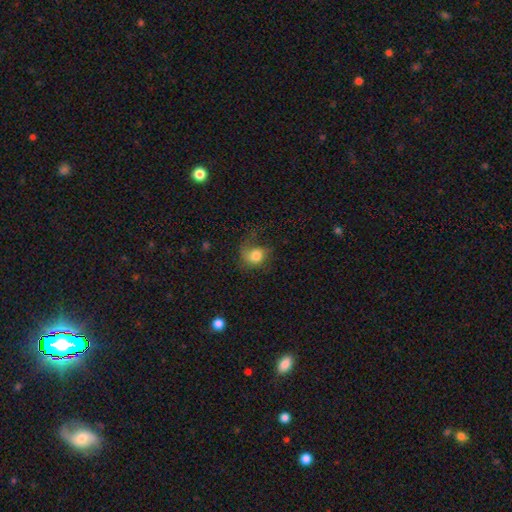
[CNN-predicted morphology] smooth_or_featured: smooth (p=0.74) [alt: featured or disk p=0.16]
how_rounded: round (p=0.62) [alt: in between p=0.37]
merging: none (p=0.41) [alt: major disturbance p=0.31]